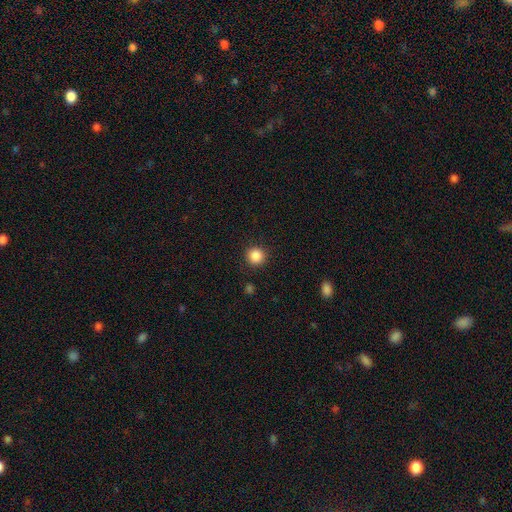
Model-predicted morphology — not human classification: Q: Smooth or featured?
A: smooth (86%); runner-up: star or artifact (10%)
Q: How rounded?
A: round (94%); runner-up: in between (5%)
Q: Merging?
A: none (91%); runner-up: minor disturbance (6%)